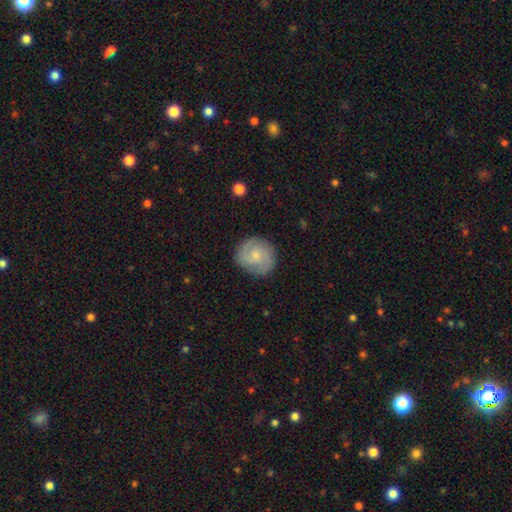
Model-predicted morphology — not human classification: Q: Smooth or featured?
A: featured or disk (49%); runner-up: smooth (45%)
Q: Merging?
A: none (83%); runner-up: minor disturbance (12%)